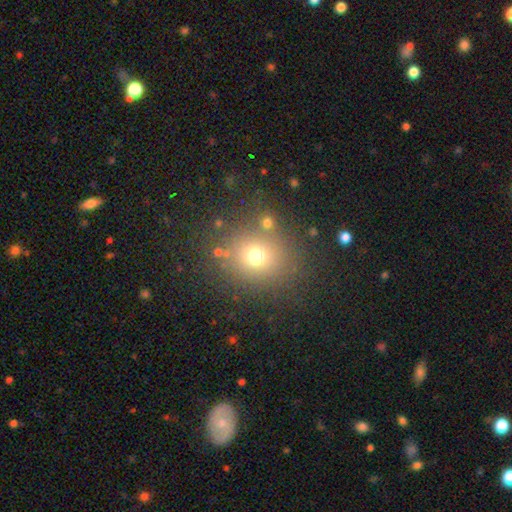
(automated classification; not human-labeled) Smooth or featured: smooth — 69% (star or artifact — 20%)
How rounded: round — 81% (in between — 18%)
Merging: none — 79% (minor disturbance — 10%)